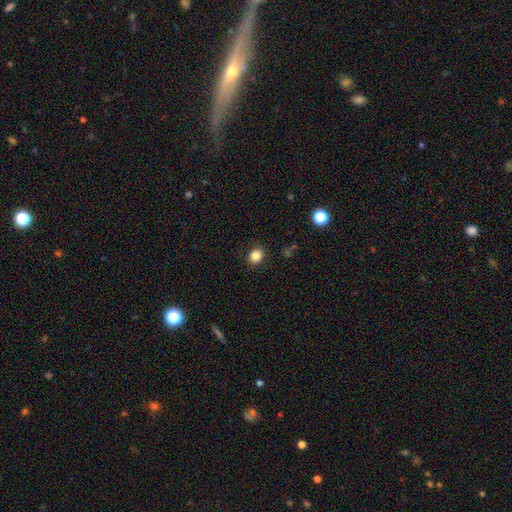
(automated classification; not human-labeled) Morphology: type=smooth (85%); roundness=round (61%); merging=none (89%).